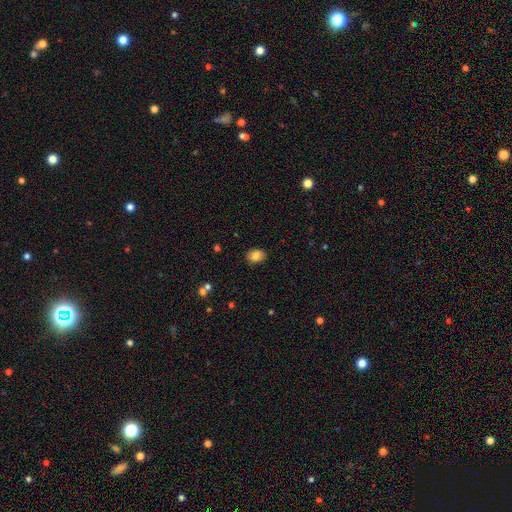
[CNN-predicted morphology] Overall: smooth (84%). How rounded: in between (65%; round 34%). Merging: none (88%).